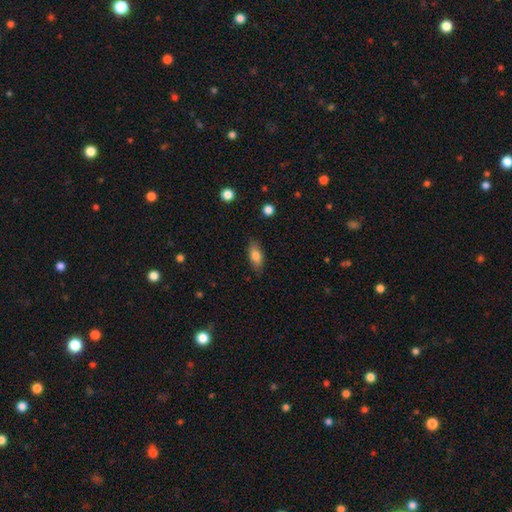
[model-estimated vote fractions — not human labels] smooth-or-featured: smooth: 79% | featured or disk: 14% | star or artifact: 7%
  how-rounded: in between: 79% | cigar-shaped: 17% | round: 4%
  merging: none: 84% | minor disturbance: 12% | major disturbance: 3% | merger: 1%